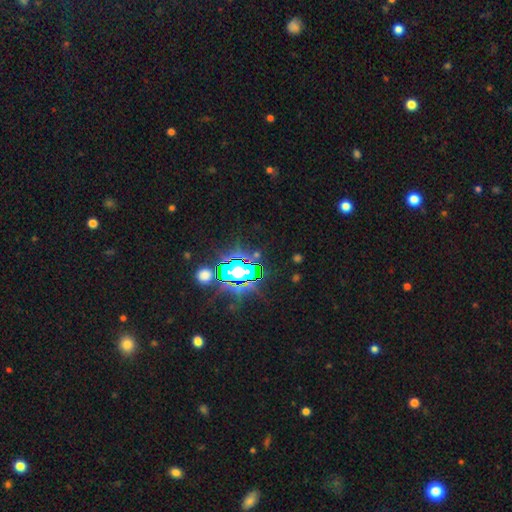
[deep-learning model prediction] This appears to be a star or artifact, not a galaxy (76%).